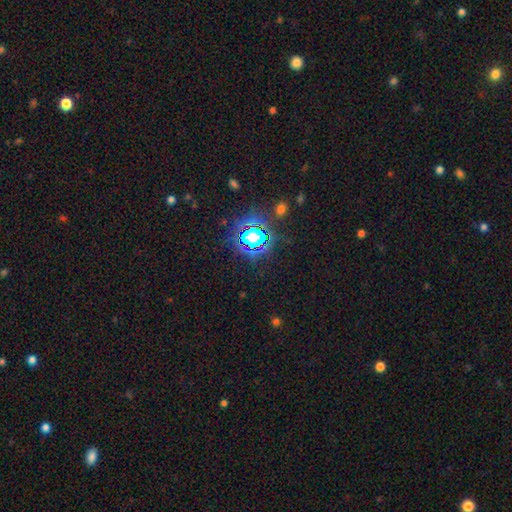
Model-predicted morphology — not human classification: This is likely a star or artifact rather than a galaxy (80%).